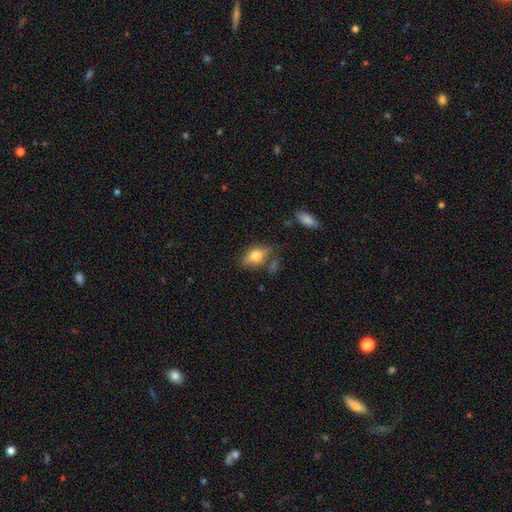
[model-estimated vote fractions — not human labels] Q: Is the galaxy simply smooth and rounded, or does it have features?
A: smooth — 64%.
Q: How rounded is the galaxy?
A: in between — 78%.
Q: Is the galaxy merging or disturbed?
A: none — 66%.